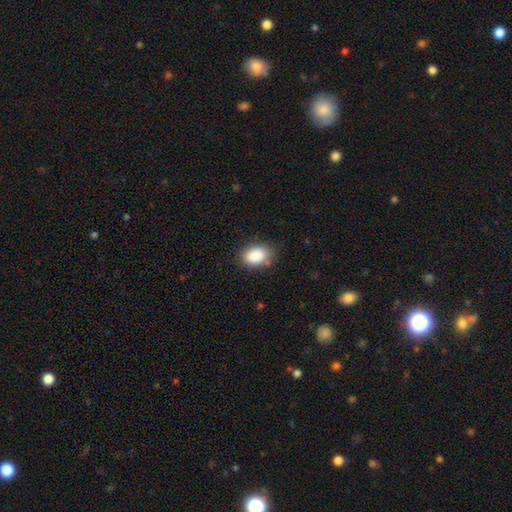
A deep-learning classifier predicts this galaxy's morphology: Smooth or featured?
  - smooth: 88% *
  - star or artifact: 8%
  - featured or disk: 4%
How rounded?
  - in between: 82% *
  - round: 17%
  - cigar-shaped: 1%
Merging?
  - none: 80% *
  - minor disturbance: 15%
  - major disturbance: 4%
  - merger: 2%